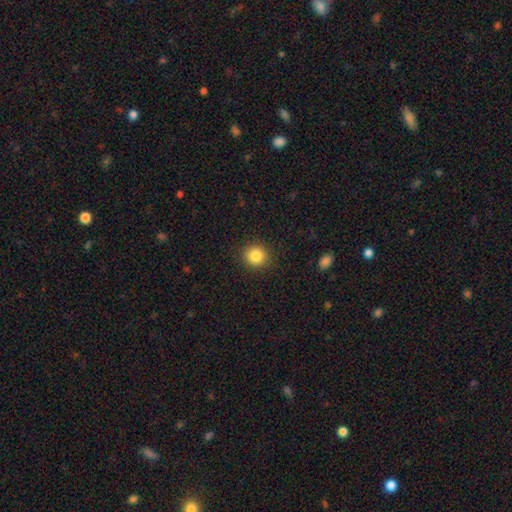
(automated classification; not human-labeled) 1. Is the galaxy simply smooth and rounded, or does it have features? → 85% smooth, 10% star or artifact, 4% featured or disk.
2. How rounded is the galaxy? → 91% round, 8% in between, 1% cigar-shaped.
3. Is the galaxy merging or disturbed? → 91% none, 6% minor disturbance, 2% major disturbance, 1% merger.